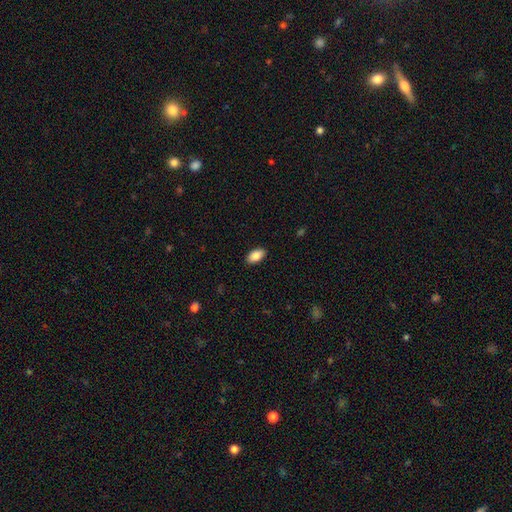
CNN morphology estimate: The model was most divided on "smooth or featured": smooth: 88%, star or artifact: 7%, featured or disk: 6%. More confident: how rounded — in between (94%); merging — none (89%).